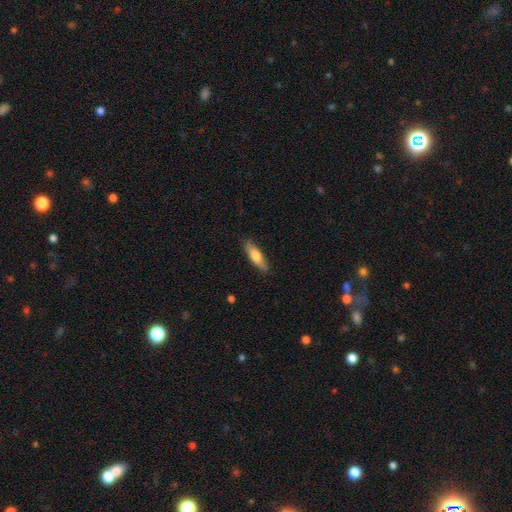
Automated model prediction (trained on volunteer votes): This appears to be a smooth galaxy with no disk features (71%) that is cigar-shaped (55%). Merging: none (85%).